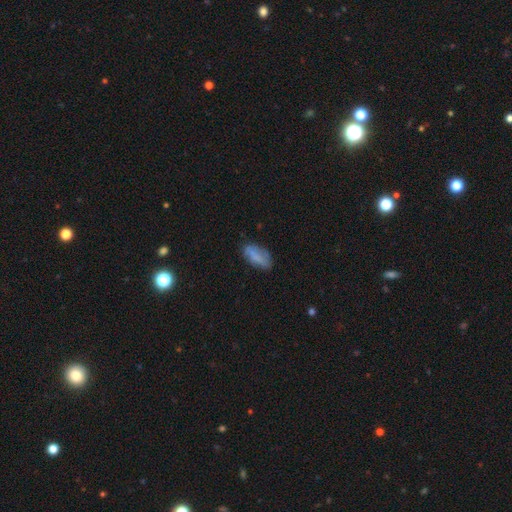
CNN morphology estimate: A smooth galaxy with no disk features (66%) that is in between round and cigar-shaped (88%). Merging: none (66%).